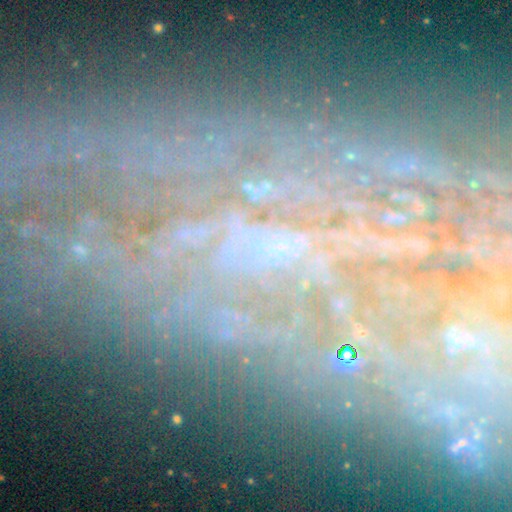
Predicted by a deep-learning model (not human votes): This is possibly a featured or disk galaxy (52%). It is clearly not viewed edge-on (90%). Merging: likely none (61%).